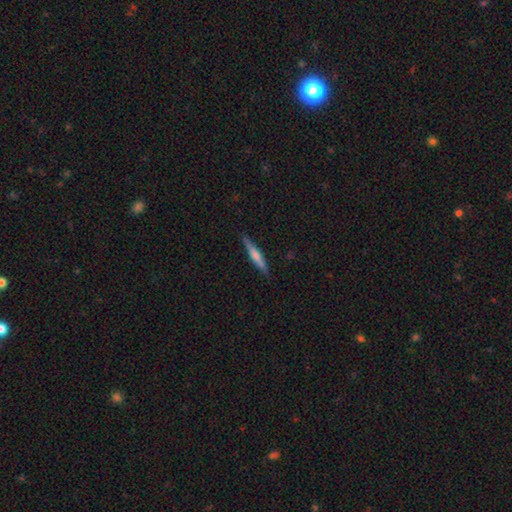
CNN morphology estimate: Smooth or featured? Predicted: featured or disk (p=0.51). Edge-on disk? Predicted: yes (p=0.97). Merging? Predicted: none (p=0.88).